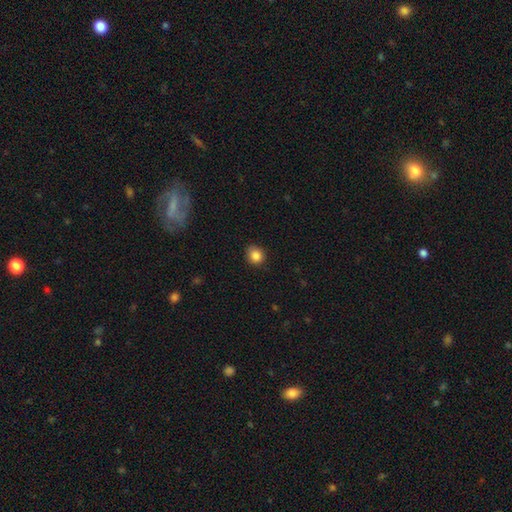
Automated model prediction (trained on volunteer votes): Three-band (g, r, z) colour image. It shows a smooth galaxy with no disk features (86%) that is round (77%). Merging: none (85%).